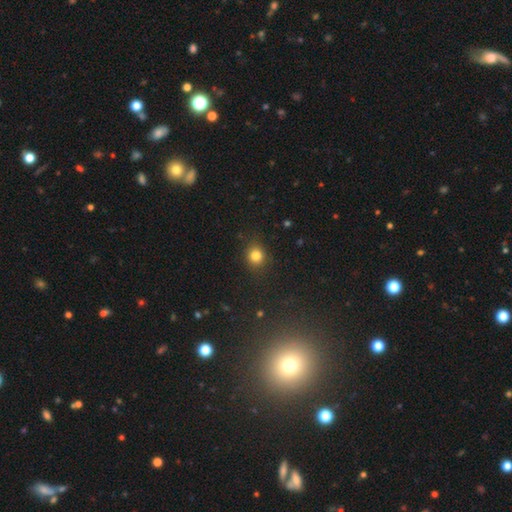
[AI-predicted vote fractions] Overall: smooth (83%). How rounded: round (80%). Merging: none (86%).